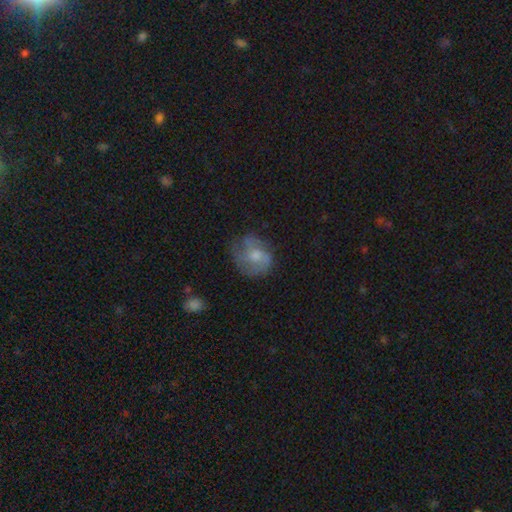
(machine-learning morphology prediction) Overall: featured or disk (48%; smooth 43%). Merging: none (56%; minor disturbance 24%).